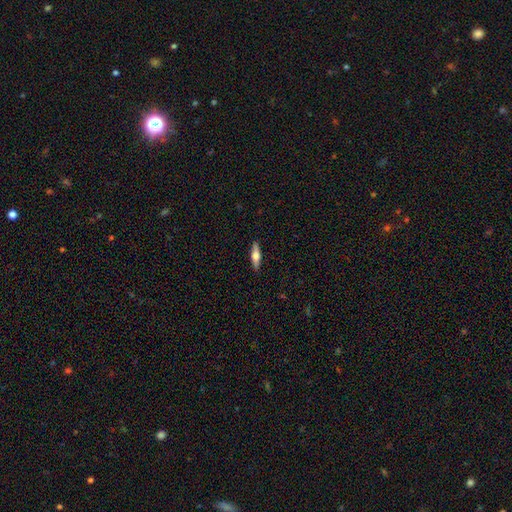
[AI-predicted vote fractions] Smooth or featured?
  - smooth: 48% *
  - featured or disk: 46%
  - star or artifact: 6%
Merging?
  - none: 90% *
  - minor disturbance: 8%
  - major disturbance: 2%
  - merger: 1%